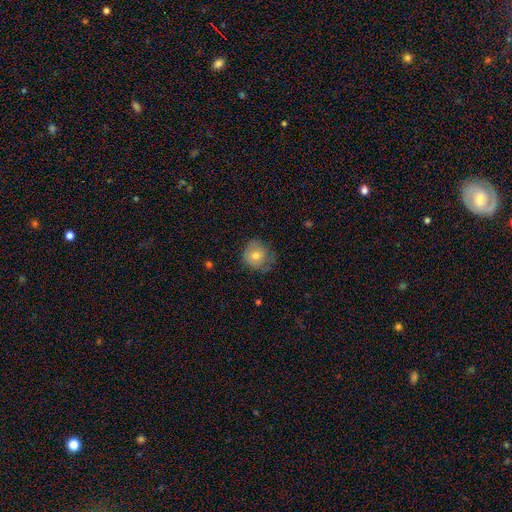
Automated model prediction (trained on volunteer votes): smooth_or_featured: smooth (p=0.68) [alt: featured or disk p=0.23]
how_rounded: round (p=0.86) [alt: in between p=0.13]
merging: none (p=0.66) [alt: minor disturbance p=0.24]